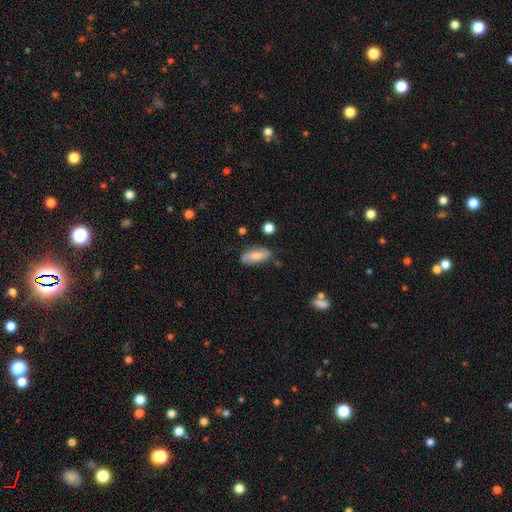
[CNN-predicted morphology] Smooth or featured? Predicted: smooth (p=0.66). How rounded? Predicted: in between (p=0.78). Merging? Predicted: none (p=0.74).